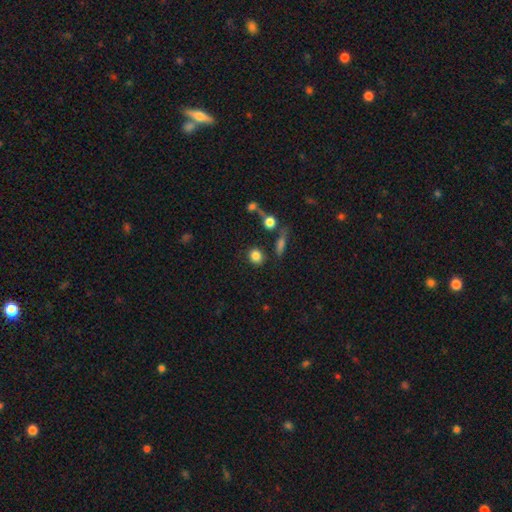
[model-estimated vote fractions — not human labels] A smooth galaxy with no disk features (84%) that is round (77%).

Vote fractions:
- Smooth or featured? smooth: 84% / star or artifact: 10% / featured or disk: 6%
- How rounded? round: 77% / in between: 21% / cigar-shaped: 2%
- Merging? none: 81% / minor disturbance: 9% / merger: 6% / major disturbance: 4%